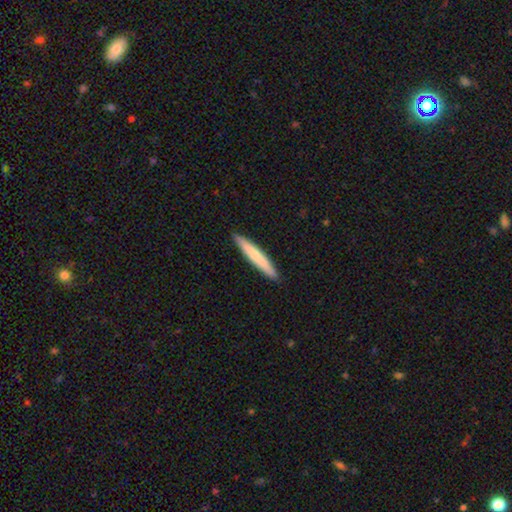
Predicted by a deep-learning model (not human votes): Q: Smooth or featured?
A: smooth (68%); runner-up: featured or disk (27%)
Q: How rounded?
A: cigar-shaped (95%); runner-up: in between (4%)
Q: Merging?
A: none (92%); runner-up: minor disturbance (6%)